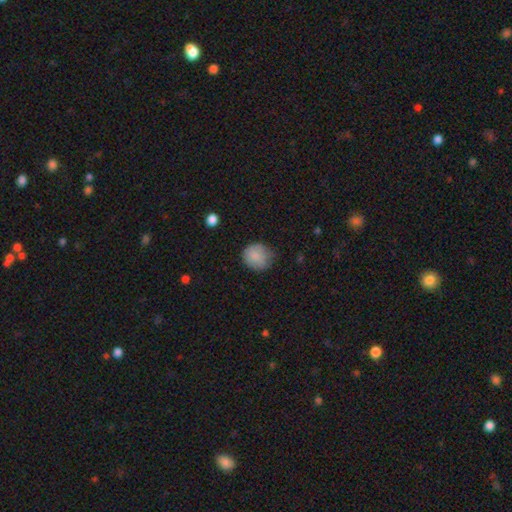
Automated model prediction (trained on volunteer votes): Q: Smooth or featured?
A: smooth (85%); runner-up: star or artifact (8%)
Q: How rounded?
A: round (82%); runner-up: in between (17%)
Q: Merging?
A: none (66%); runner-up: minor disturbance (27%)